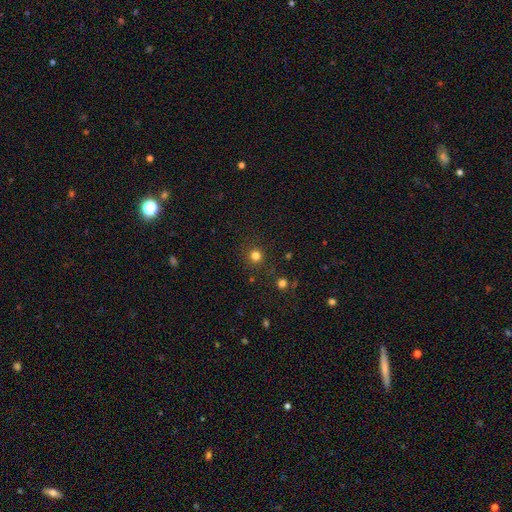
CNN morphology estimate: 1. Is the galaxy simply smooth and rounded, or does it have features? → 79% smooth, 17% star or artifact, 5% featured or disk.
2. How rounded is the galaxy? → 94% round, 5% in between, 1% cigar-shaped.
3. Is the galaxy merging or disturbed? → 89% none, 6% minor disturbance, 2% major disturbance, 2% merger.